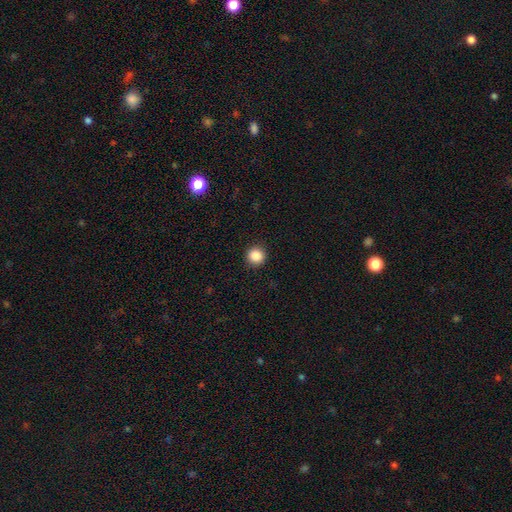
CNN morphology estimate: smooth_or_featured: smooth (p=0.87) [alt: star or artifact p=0.10]
how_rounded: round (p=0.94) [alt: in between p=0.05]
merging: none (p=0.92) [alt: minor disturbance p=0.05]